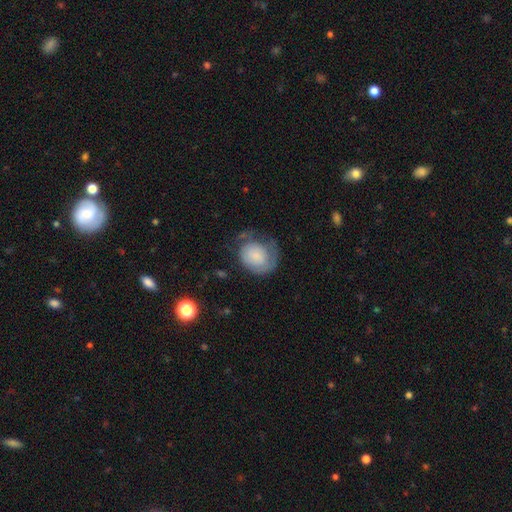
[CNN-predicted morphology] smooth 59%, featured or disk 33%, star or artifact 7%. Down the decision tree: how rounded — round (61%); merging — none (35%).